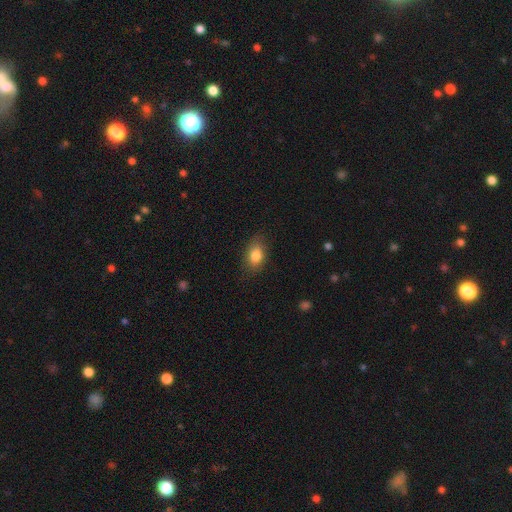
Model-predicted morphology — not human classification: Smooth or featured: smooth — 83% (featured or disk — 9%)
How rounded: in between — 83% (round — 15%)
Merging: none — 81% (minor disturbance — 15%)